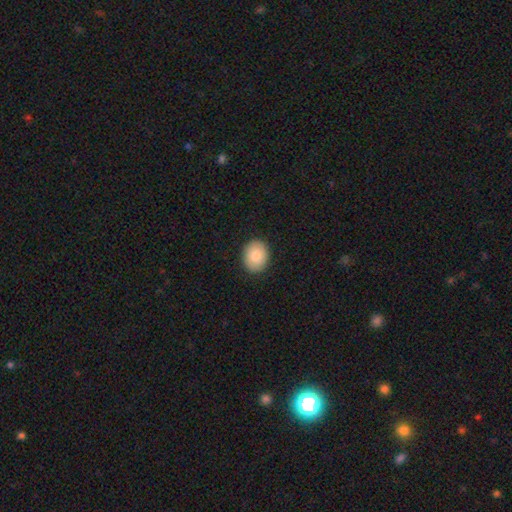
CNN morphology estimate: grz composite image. It shows a smooth galaxy with no disk features (84%) that is in between round and cigar-shaped (50%). Merging: none (89%).